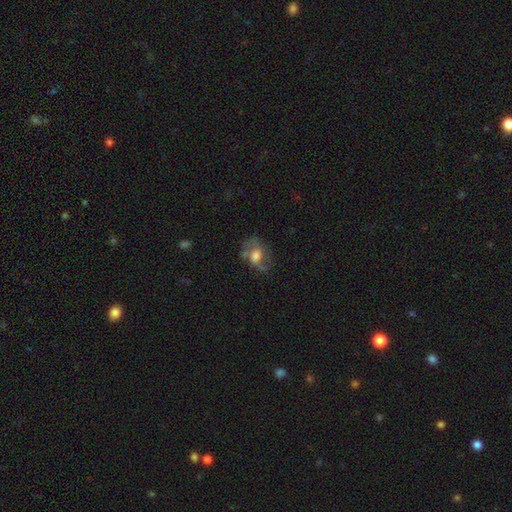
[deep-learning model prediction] Smooth or featured?
  - featured or disk: 54% *
  - smooth: 37%
  - star or artifact: 9%
Edge-on disk?
  - no: 96% *
  - yes: 4%
Bar?
  - no: 56% *
  - weak: 33%
  - strong: 10%
Spiral arms?
  - yes: 67% *
  - no: 33%
Bulge size?
  - large: 41% *
  - moderate: 38%
  - small: 11%
  - none: 6%
  - dominant: 4%
Merging?
  - none: 54% *
  - minor disturbance: 23%
  - major disturbance: 20%
  - merger: 4%